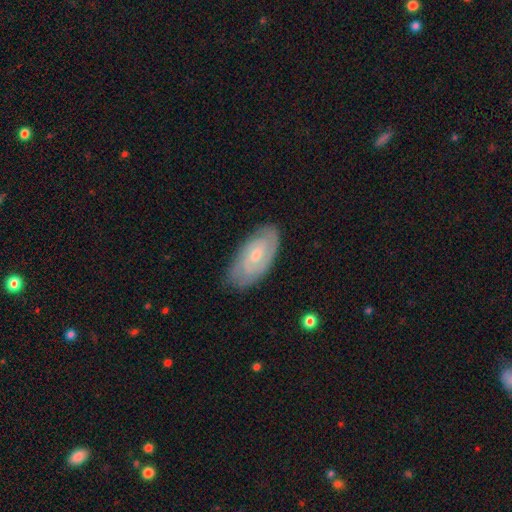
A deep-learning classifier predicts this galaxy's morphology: smooth-or-featured: featured or disk: 70% | smooth: 24% | star or artifact: 6%
  disk-edge-on: no: 93% | yes: 7%
    bar: no: 49% | weak: 43% | strong: 7%
    has-spiral-arms: yes: 90% | no: 10%
      spiral-winding: tight: 63% | medium: 29% | loose: 7%
      spiral-arm-count: 2: 54% | can't tell: 30% | 3: 8% | 1: 4% | 4: 2% | more than 4: 2%
    bulge-size: small: 55% | moderate: 39% | none: 3% | large: 2% | dominant: 1%
  merging: none: 78% | minor disturbance: 17% | major disturbance: 3% | merger: 1%